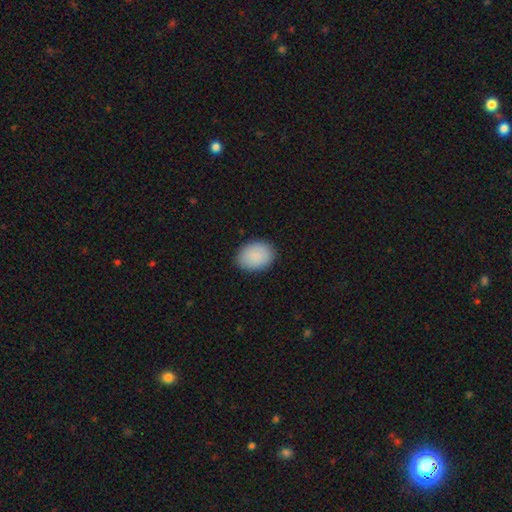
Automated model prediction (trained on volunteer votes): Smooth or featured? smooth (89%)
How rounded? in between (68%)
Merging? none (88%)